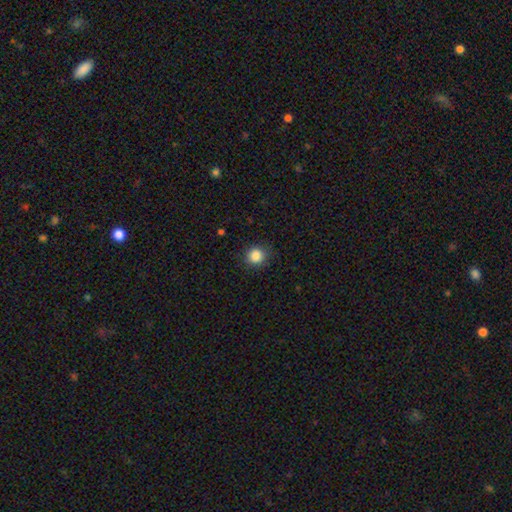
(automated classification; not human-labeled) smooth_or_featured: smooth (p=0.86) [alt: star or artifact p=0.11]
how_rounded: round (p=0.89) [alt: in between p=0.10]
merging: none (p=0.88) [alt: minor disturbance p=0.09]